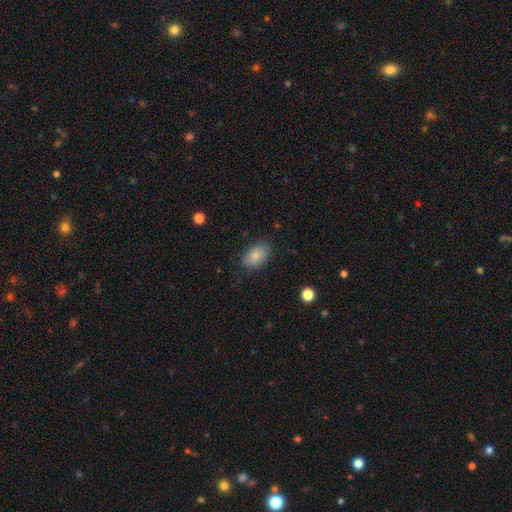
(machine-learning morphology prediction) This appears to be a smooth galaxy with no disk features (84%) that is in between round and cigar-shaped (87%). Merging: none (82%).